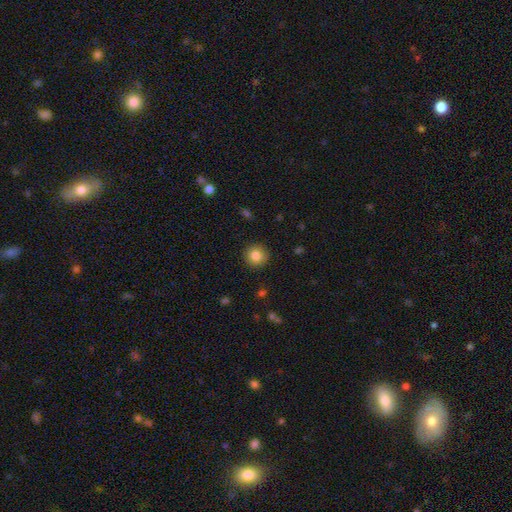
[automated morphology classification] The model was most divided on "smooth or featured": smooth: 84%, star or artifact: 10%, featured or disk: 6%. More confident: how rounded — round (94%); merging — none (91%).